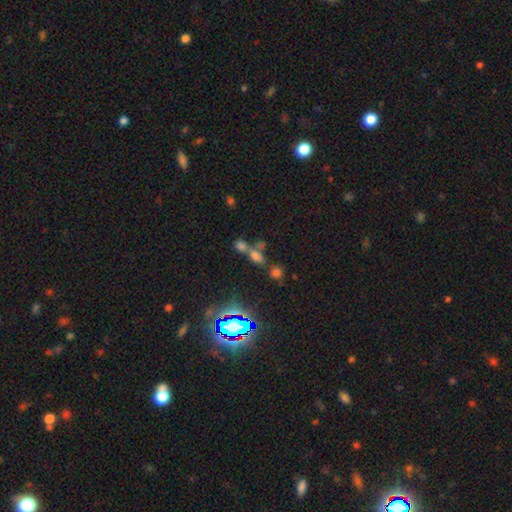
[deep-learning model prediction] This is possibly a smooth galaxy (54%). How rounded: likely in between (65%). Merging: possibly merger (48%).